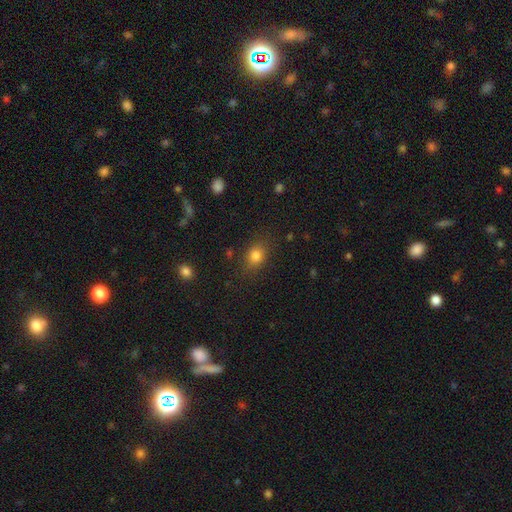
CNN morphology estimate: A smooth galaxy with no disk features (81%) that is in between round and cigar-shaped (56%). Merging: none (80%).